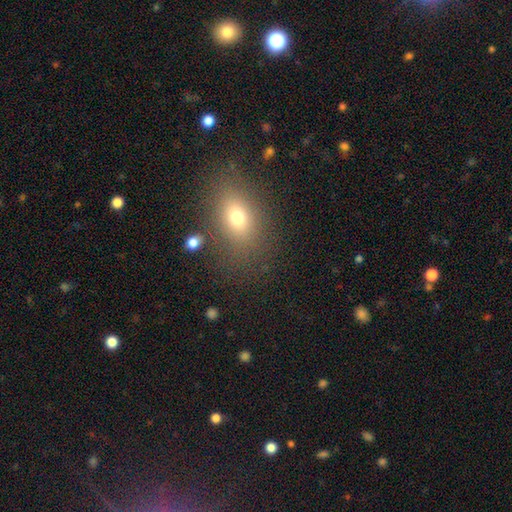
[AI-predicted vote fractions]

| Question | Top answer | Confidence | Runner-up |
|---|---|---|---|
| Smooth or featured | smooth | 65% | star or artifact (23%) |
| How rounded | in between | 78% | round (18%) |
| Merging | none | 85% | minor disturbance (9%) |